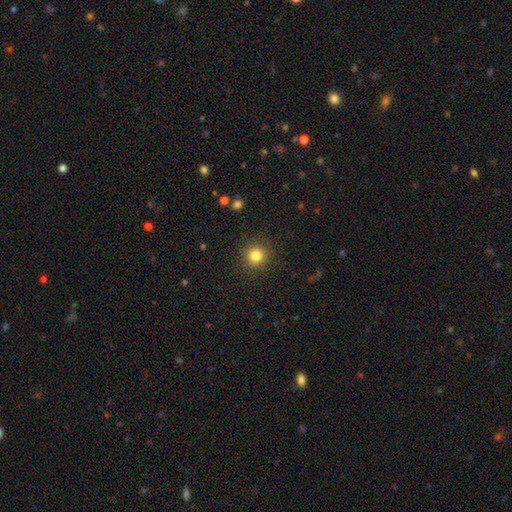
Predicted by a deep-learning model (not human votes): This is clearly a smooth galaxy (82%). How rounded: clearly round (94%). Merging: clearly none (90%).